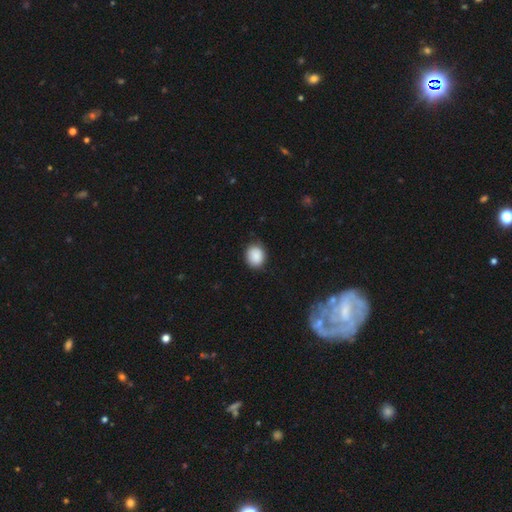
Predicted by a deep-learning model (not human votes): Smooth or featured?
  - smooth: 89% *
  - star or artifact: 7%
  - featured or disk: 3%
How rounded?
  - round: 59% *
  - in between: 40%
  - cigar-shaped: 1%
Merging?
  - none: 86% *
  - minor disturbance: 11%
  - major disturbance: 2%
  - merger: 1%